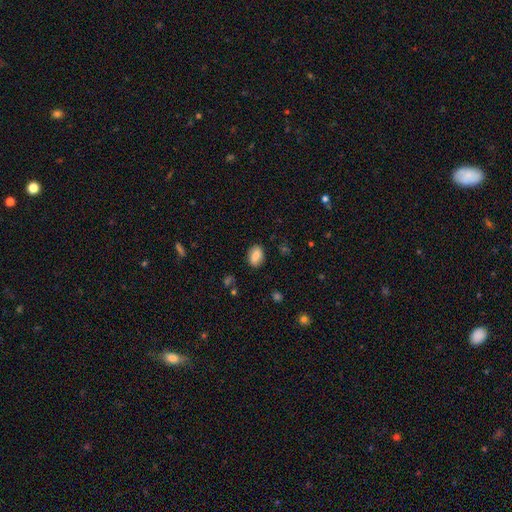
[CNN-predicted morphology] The model was most divided on "how rounded": in between: 84%, round: 14%, cigar-shaped: 2%. More confident: smooth or featured — smooth (84%); merging — none (84%).